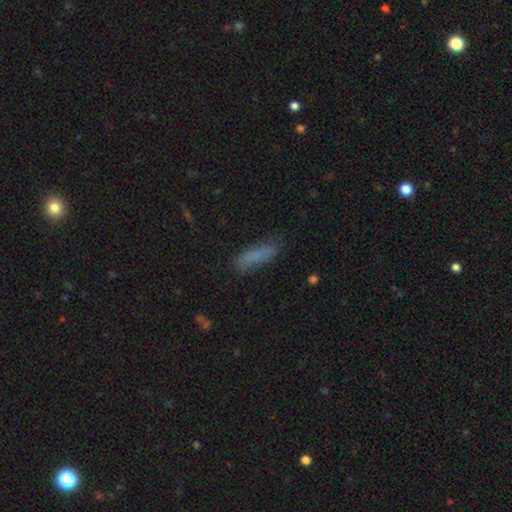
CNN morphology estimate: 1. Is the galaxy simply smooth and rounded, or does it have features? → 77% smooth, 15% featured or disk, 9% star or artifact.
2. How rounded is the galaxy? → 59% cigar-shaped, 39% in between, 2% round.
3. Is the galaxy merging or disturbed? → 75% none, 19% minor disturbance, 4% major disturbance, 2% merger.